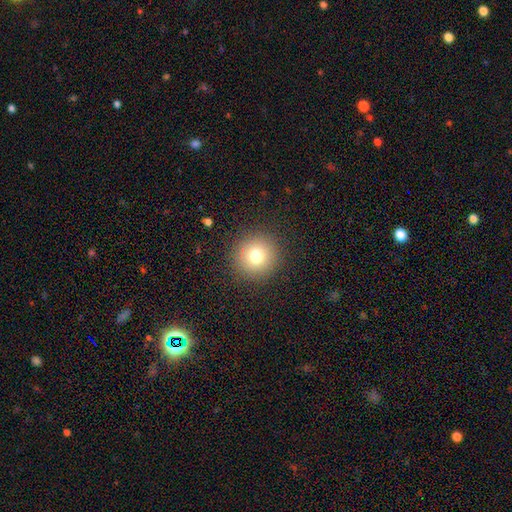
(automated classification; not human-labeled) Overall: smooth (76%). How rounded: round (95%). Merging: none (91%).